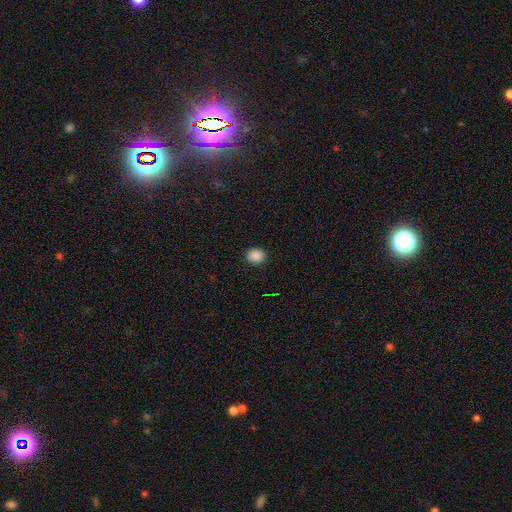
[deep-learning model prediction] smooth_or_featured: smooth (p=0.88) [alt: star or artifact p=0.09]
how_rounded: round (p=0.61) [alt: in between p=0.38]
merging: none (p=0.91) [alt: minor disturbance p=0.06]